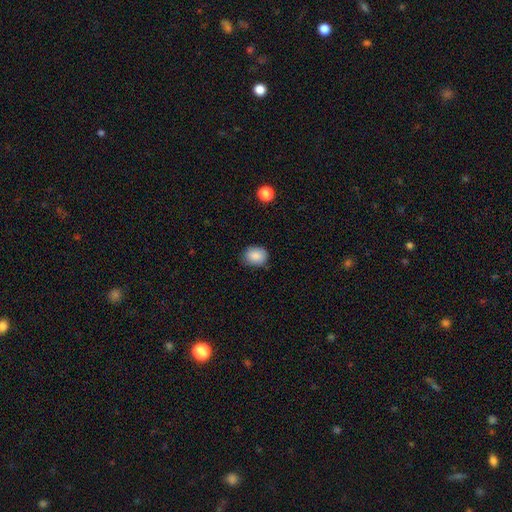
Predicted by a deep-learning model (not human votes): The model was most divided on "how rounded": round: 53%, in between: 46%, cigar-shaped: 1%. More confident: smooth or featured — smooth (87%); merging — none (78%).